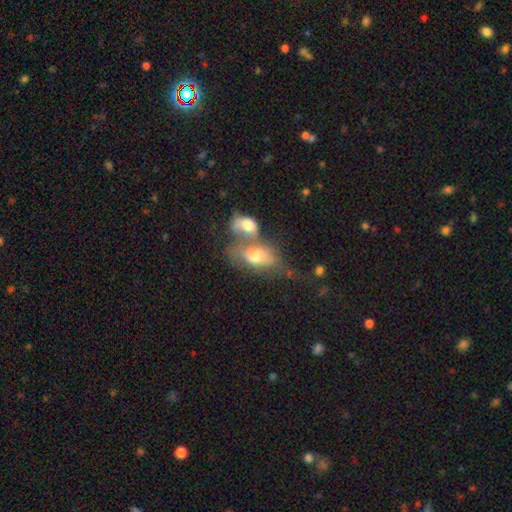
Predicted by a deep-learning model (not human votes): This is likely a smooth galaxy (62%). How rounded: clearly in between (86%). Merging: likely merger (63%).